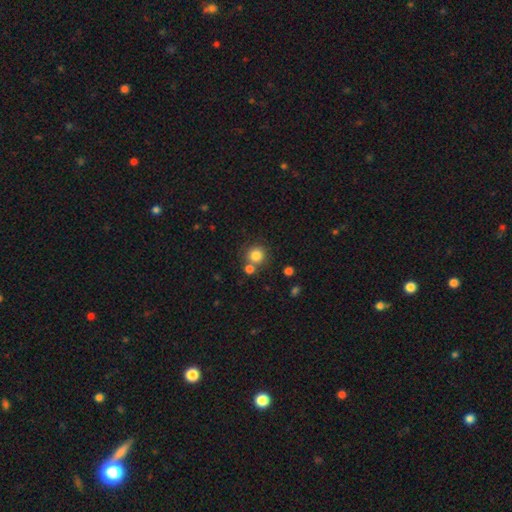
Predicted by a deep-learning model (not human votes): Overall: smooth (83%). How rounded: round (92%). Merging: none (67%).